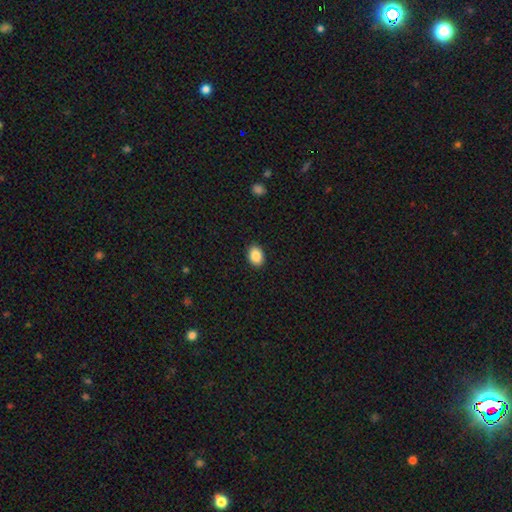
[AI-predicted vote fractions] Smooth or featured: smooth — 88% (star or artifact — 8%)
How rounded: in between — 72% (round — 27%)
Merging: none — 91% (minor disturbance — 7%)